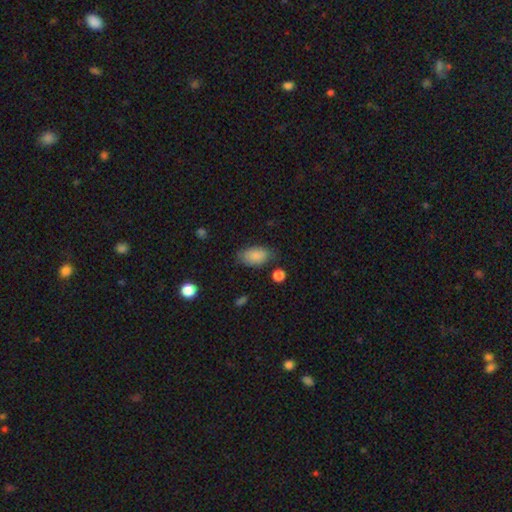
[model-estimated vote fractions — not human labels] This is clearly a smooth galaxy (85%). How rounded: clearly in between (92%). Merging: likely none (69%).